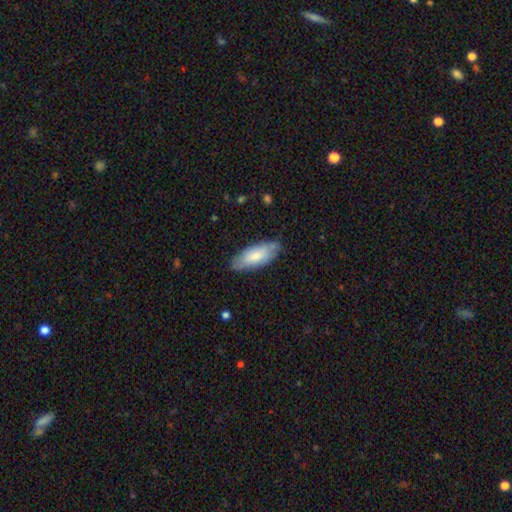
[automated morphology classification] smooth 75%, featured or disk 20%, star or artifact 5%. Down the decision tree: how rounded — in between (77%); merging — none (78%).